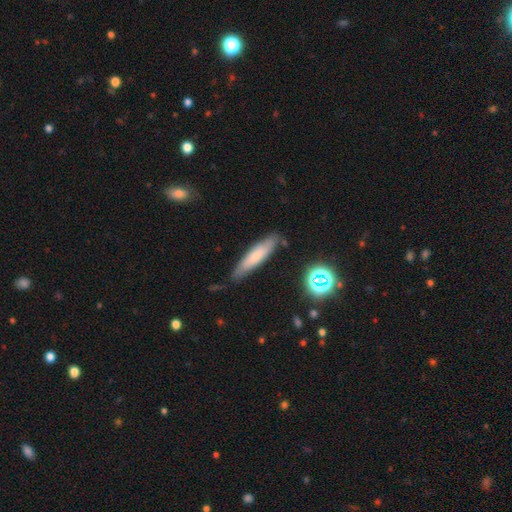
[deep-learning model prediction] smooth-or-featured: smooth: 64% | featured or disk: 26% | star or artifact: 9%
  how-rounded: cigar-shaped: 83% | in between: 16% | round: 2%
  merging: none: 77% | minor disturbance: 17% | major disturbance: 3% | merger: 2%